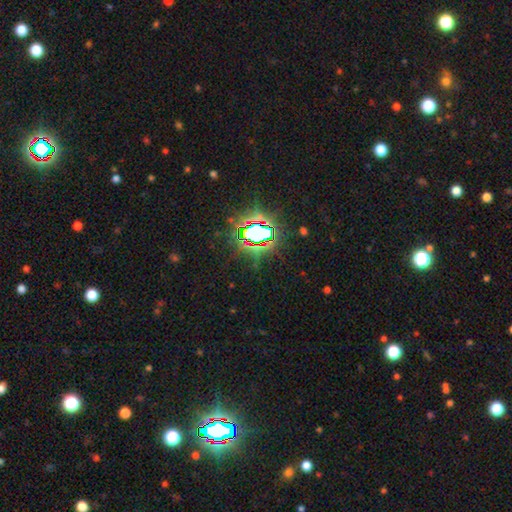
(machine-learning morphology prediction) Smooth or featured: star or artifact — 82% (smooth — 11%)